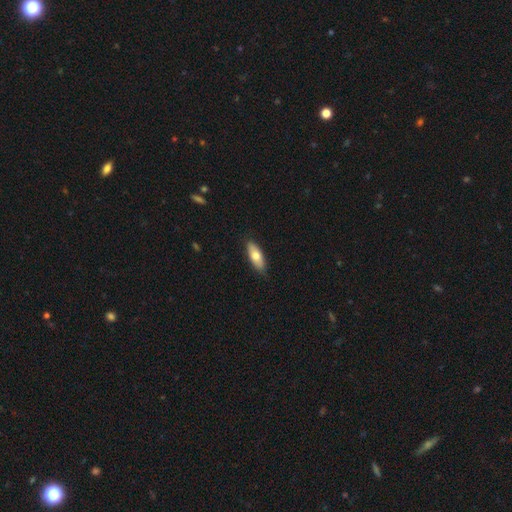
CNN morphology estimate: A smooth galaxy with no disk features (72%) that is in between round and cigar-shaped (71%).

Vote fractions:
- Smooth or featured? smooth: 72% / featured or disk: 22% / star or artifact: 6%
- How rounded? in between: 71% / cigar-shaped: 26% / round: 2%
- Merging? none: 87% / minor disturbance: 10% / major disturbance: 2% / merger: 1%